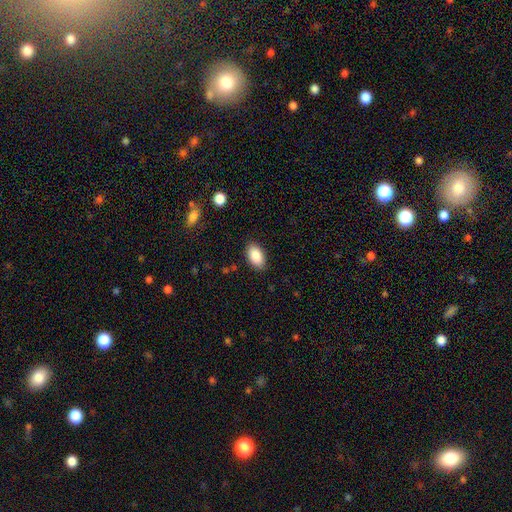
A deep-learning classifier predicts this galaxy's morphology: Smooth or featured?
  - smooth: 88% *
  - star or artifact: 7%
  - featured or disk: 6%
How rounded?
  - in between: 94% *
  - round: 5%
  - cigar-shaped: 2%
Merging?
  - none: 87% *
  - minor disturbance: 10%
  - major disturbance: 2%
  - merger: 1%